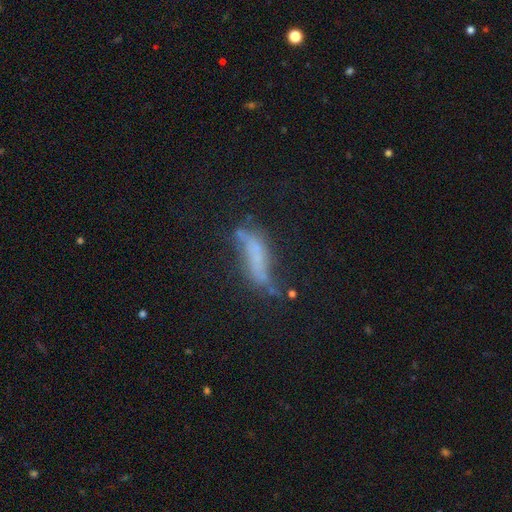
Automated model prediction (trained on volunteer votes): featured or disk 48%, smooth 37%, star or artifact 15%. Down the decision tree: merging — none (39%).